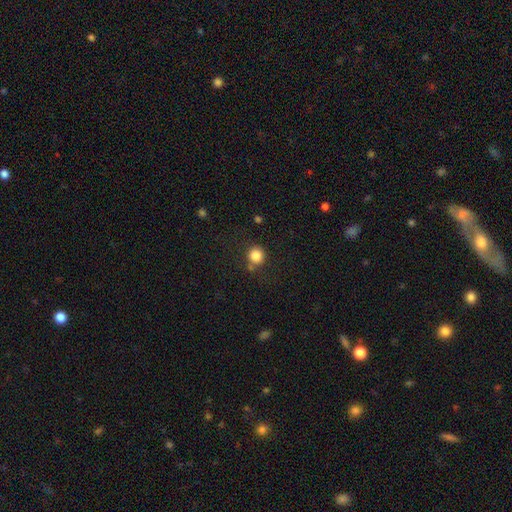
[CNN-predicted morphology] Smooth or featured?
  - smooth: 85% *
  - star or artifact: 11%
  - featured or disk: 4%
How rounded?
  - round: 92% *
  - in between: 7%
  - cigar-shaped: 1%
Merging?
  - none: 78% *
  - minor disturbance: 11%
  - merger: 7%
  - major disturbance: 4%